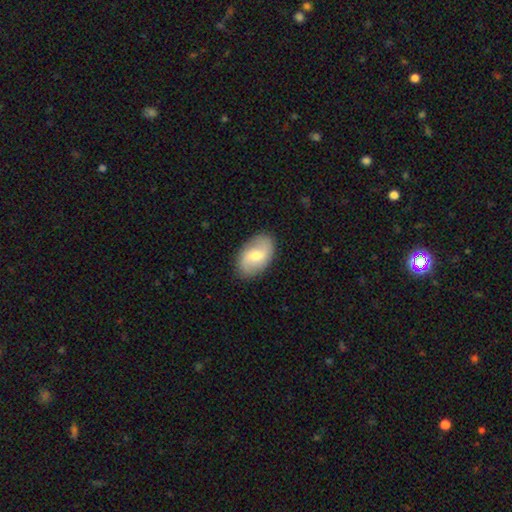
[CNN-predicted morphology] A featured or disk galaxy (51%).

Vote fractions:
- Smooth or featured? featured or disk: 51% / smooth: 43% / star or artifact: 6%
- Edge-on disk? no: 95% / yes: 5%
- Merging? none: 85% / minor disturbance: 11% / major disturbance: 3% / merger: 1%